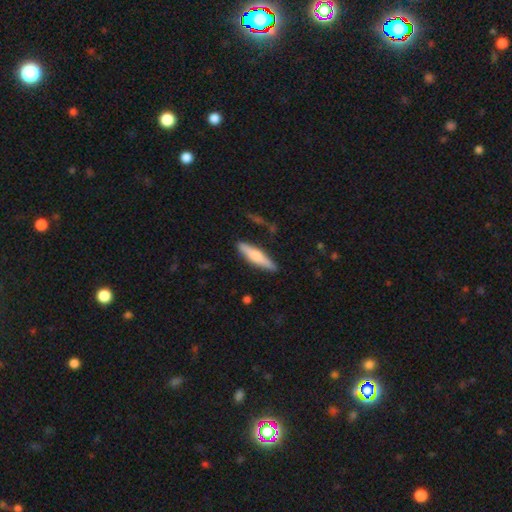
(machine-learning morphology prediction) smooth 56%, featured or disk 38%, star or artifact 6%. Down the decision tree: how rounded — cigar-shaped (79%); merging — none (85%).